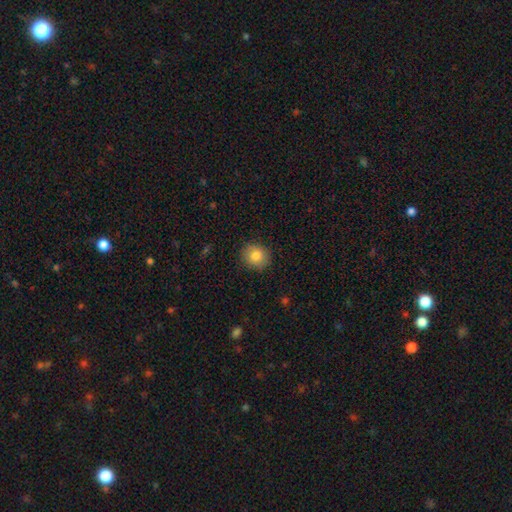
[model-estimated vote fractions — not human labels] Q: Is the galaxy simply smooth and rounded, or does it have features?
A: smooth — 82%.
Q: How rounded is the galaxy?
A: round — 83%.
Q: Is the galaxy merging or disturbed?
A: none — 89%.